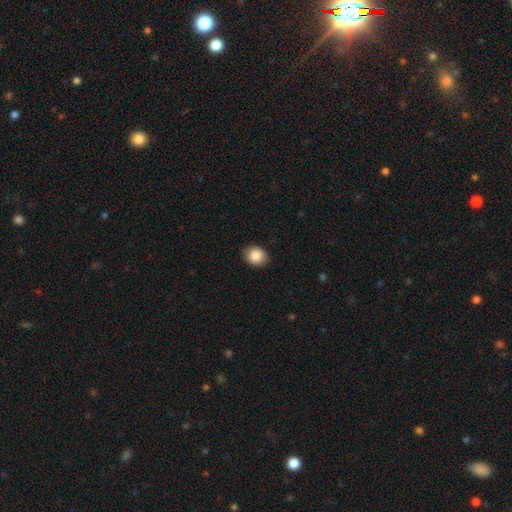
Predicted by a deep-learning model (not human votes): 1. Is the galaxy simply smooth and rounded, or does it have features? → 88% smooth, 8% star or artifact, 4% featured or disk.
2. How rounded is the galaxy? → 61% round, 39% in between, 1% cigar-shaped.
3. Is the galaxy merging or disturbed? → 88% none, 9% minor disturbance, 2% major disturbance, 1% merger.